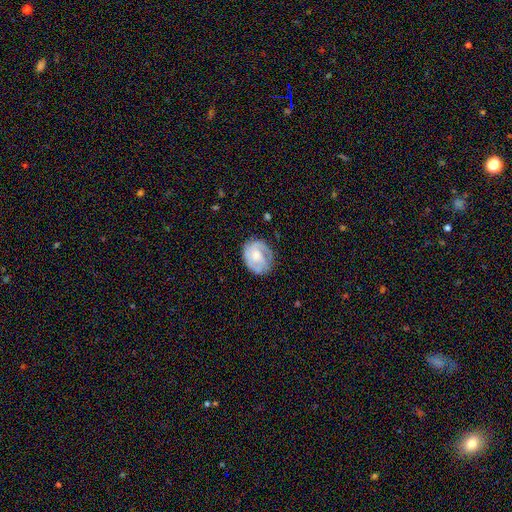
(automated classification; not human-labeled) featured or disk 68%, smooth 26%, star or artifact 6%. Down the decision tree: edge-on disk — no (97%); bar — no (66%); spiral arms — yes (87%); spiral arm count — 2 (39%); spiral winding — tight (52%); bulge size — moderate (51%); merging — none (71%).